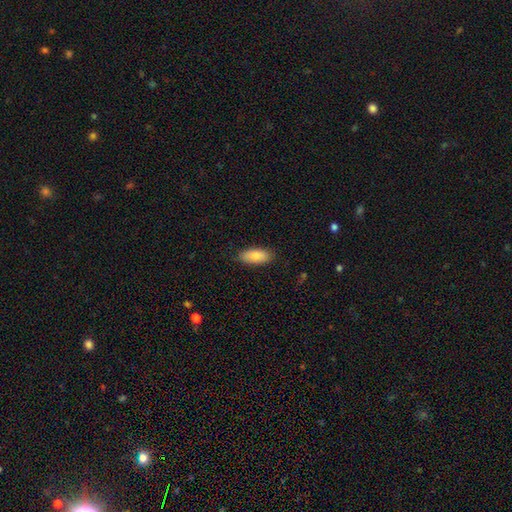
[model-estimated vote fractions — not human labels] smooth_or_featured: smooth (p=0.87) [alt: featured or disk p=0.07]
how_rounded: in between (p=0.87) [alt: cigar-shaped p=0.11]
merging: none (p=0.86) [alt: minor disturbance p=0.11]